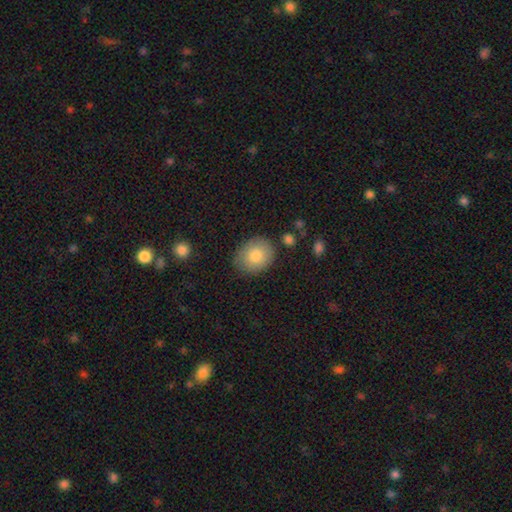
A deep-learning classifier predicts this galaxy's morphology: smooth 82%, featured or disk 11%, star or artifact 7%. Down the decision tree: how rounded — round (60%); merging — none (80%).